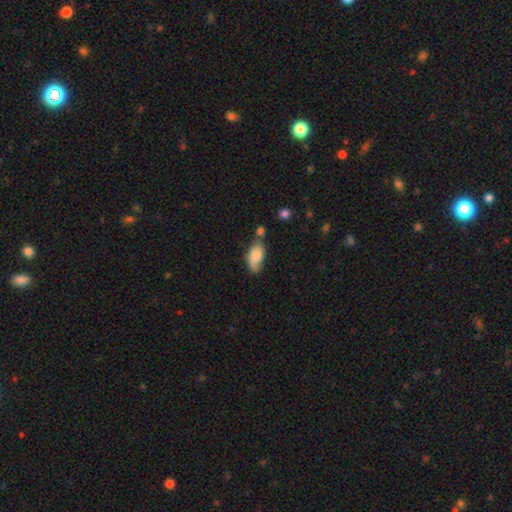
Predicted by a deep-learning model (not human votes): This is likely a smooth galaxy (75%). How rounded: clearly in between (90%). Merging: marginally none (40%).